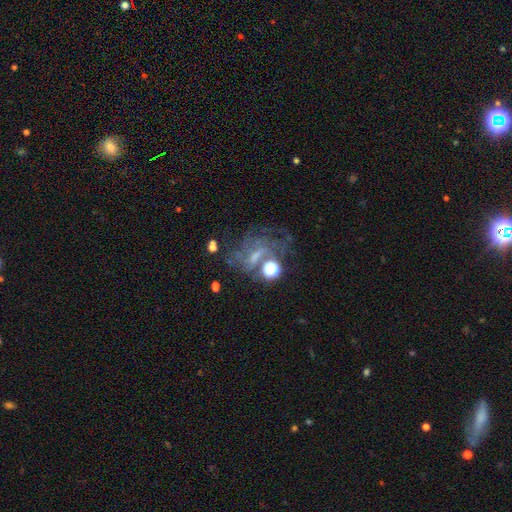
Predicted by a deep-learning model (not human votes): This appears to be a featured or disk galaxy (52%). Merging: none (41%).